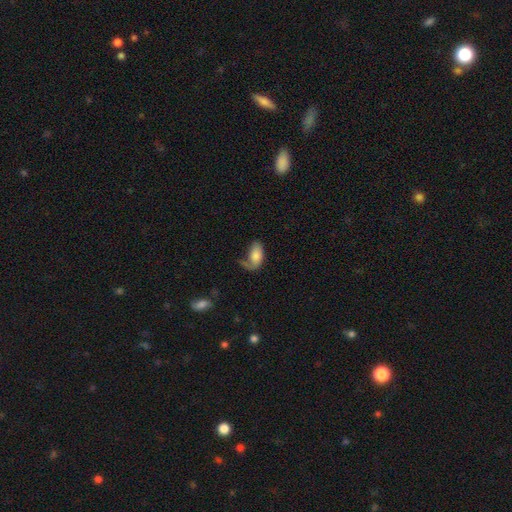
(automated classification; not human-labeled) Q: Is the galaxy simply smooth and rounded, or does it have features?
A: smooth — 67%.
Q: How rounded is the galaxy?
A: in between — 91%.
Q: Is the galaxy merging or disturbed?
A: major disturbance — 37%.